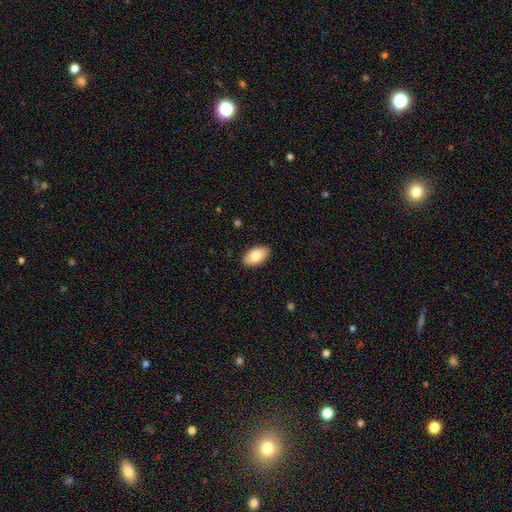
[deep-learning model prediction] smooth 83%, featured or disk 11%, star or artifact 6%. Down the decision tree: how rounded — in between (95%); merging — none (89%).